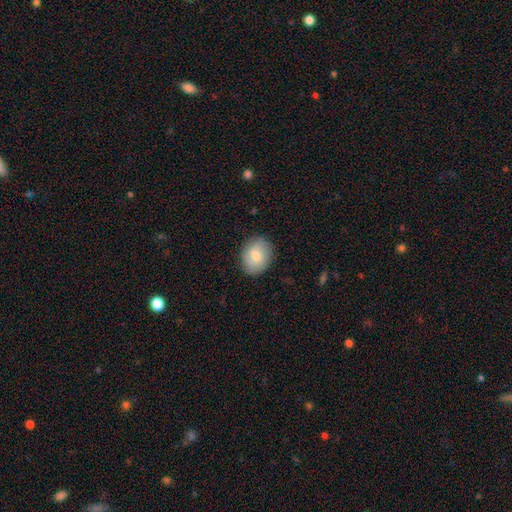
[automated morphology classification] smooth 76%, featured or disk 17%, star or artifact 7%. Down the decision tree: how rounded — in between (54%); merging — none (83%).